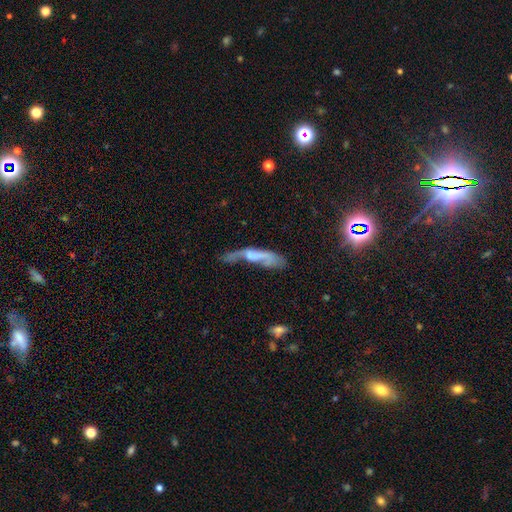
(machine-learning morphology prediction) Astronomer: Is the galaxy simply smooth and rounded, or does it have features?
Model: featured or disk — 46% (runner-up: smooth, 43%).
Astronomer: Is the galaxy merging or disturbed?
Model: major disturbance — 39% (runner-up: none, 24%).